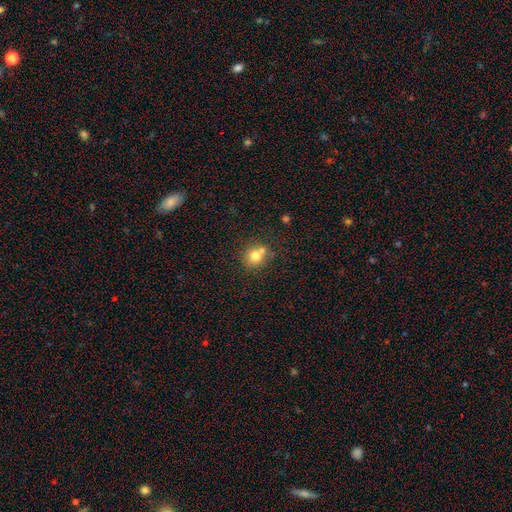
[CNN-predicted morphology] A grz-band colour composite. It shows a smooth galaxy with no disk features (74%) that is round (81%). Merging: none (56%).